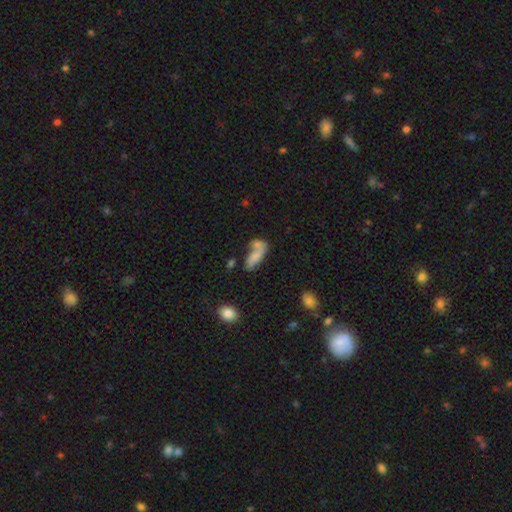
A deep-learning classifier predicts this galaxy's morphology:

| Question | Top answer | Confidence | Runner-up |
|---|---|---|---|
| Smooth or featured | smooth | 71% | featured or disk (19%) |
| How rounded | in between | 69% | cigar-shaped (27%) |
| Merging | merger | 45% | none (31%) |